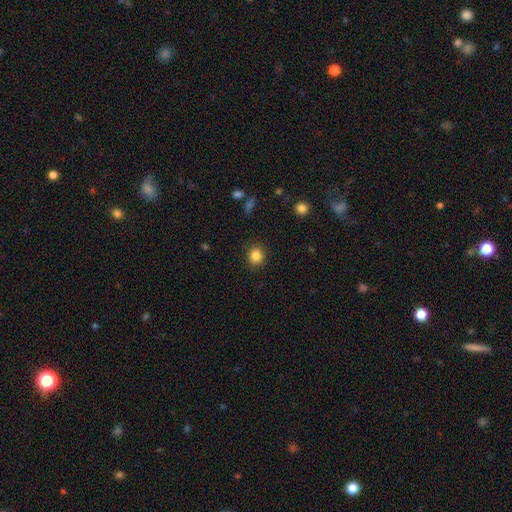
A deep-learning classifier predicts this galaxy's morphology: smooth_or_featured: smooth (p=0.85) [alt: star or artifact p=0.11]
how_rounded: round (p=0.82) [alt: in between p=0.17]
merging: none (p=0.90) [alt: minor disturbance p=0.07]